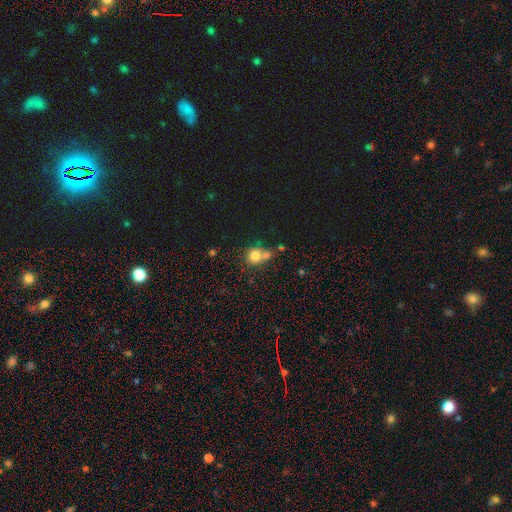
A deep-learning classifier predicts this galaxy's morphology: Smooth or featured? Predicted: smooth (p=0.77). How rounded? Predicted: round (p=0.83). Merging? Predicted: none (p=0.44).